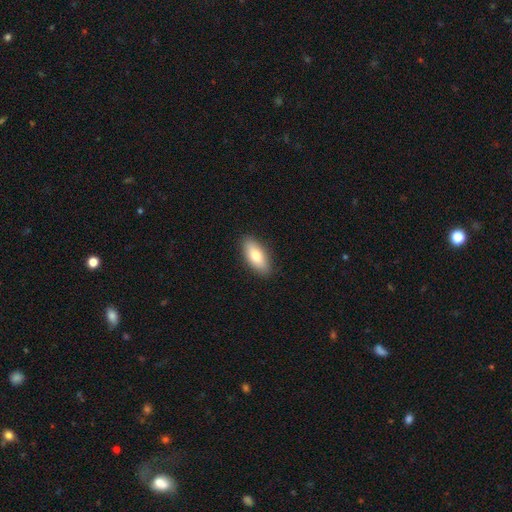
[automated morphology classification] smooth 78%, featured or disk 16%, star or artifact 6%. Down the decision tree: how rounded — in between (85%); merging — none (89%).